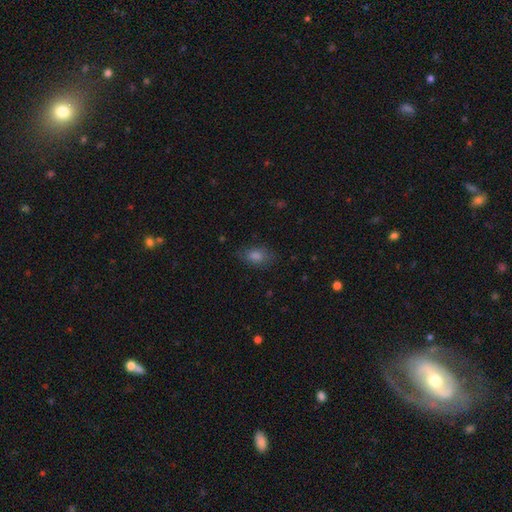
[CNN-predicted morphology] smooth 73%, star or artifact 16%, featured or disk 10%. Down the decision tree: how rounded — in between (83%); merging — none (79%).